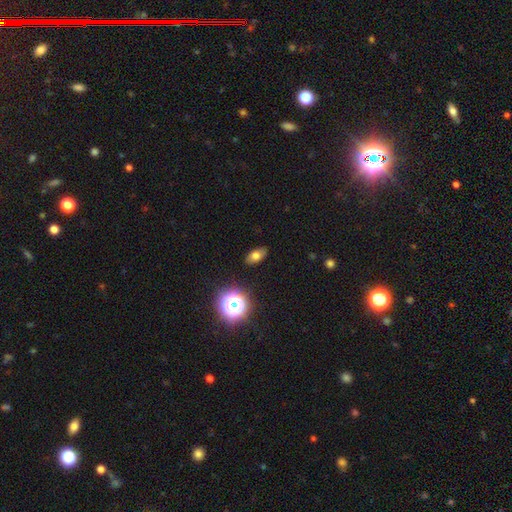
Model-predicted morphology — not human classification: Smooth or featured?
  - smooth: 68% *
  - featured or disk: 17%
  - star or artifact: 15%
How rounded?
  - in between: 84% *
  - round: 11%
  - cigar-shaped: 5%
Merging?
  - none: 87% *
  - minor disturbance: 9%
  - major disturbance: 2%
  - merger: 1%